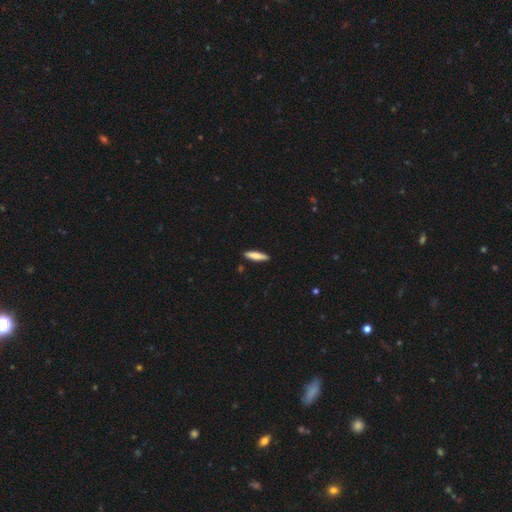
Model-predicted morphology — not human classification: smooth_or_featured: smooth (p=0.78) [alt: featured or disk p=0.17]
how_rounded: cigar-shaped (p=0.79) [alt: in between p=0.20]
merging: none (p=0.90) [alt: minor disturbance p=0.08]